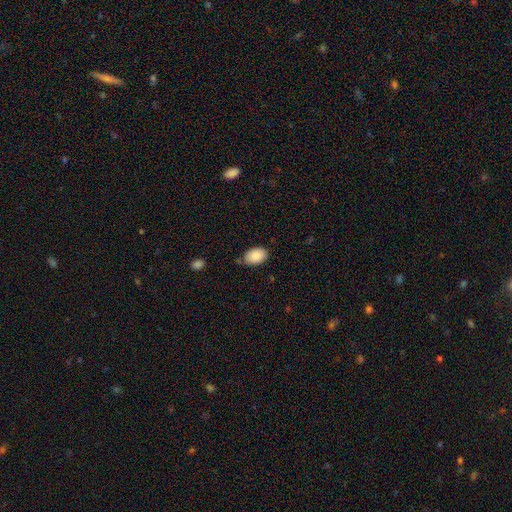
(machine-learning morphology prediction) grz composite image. It shows a smooth galaxy with no disk features (89%) that is in between round and cigar-shaped (89%). Merging: none (76%).